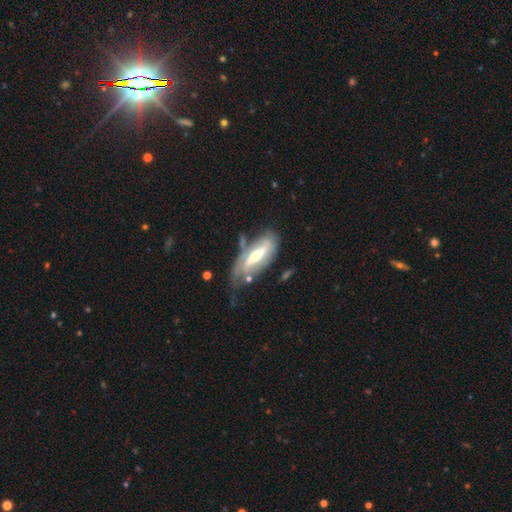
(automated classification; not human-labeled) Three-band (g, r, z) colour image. It shows a featured or disk galaxy (72%) with a strong bar (49%), spiral arms (72%) and a moderate central bulge (60%). Merging: none (41%).